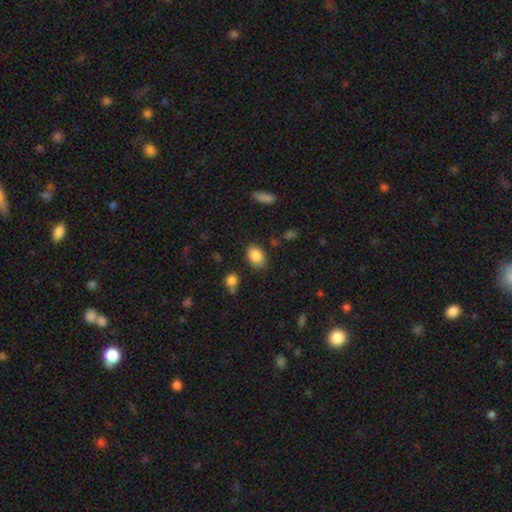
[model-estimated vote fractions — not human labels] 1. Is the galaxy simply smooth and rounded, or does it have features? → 85% smooth, 8% star or artifact, 7% featured or disk.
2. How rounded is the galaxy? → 81% in between, 17% round, 1% cigar-shaped.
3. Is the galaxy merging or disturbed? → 80% none, 14% minor disturbance, 3% major disturbance, 3% merger.